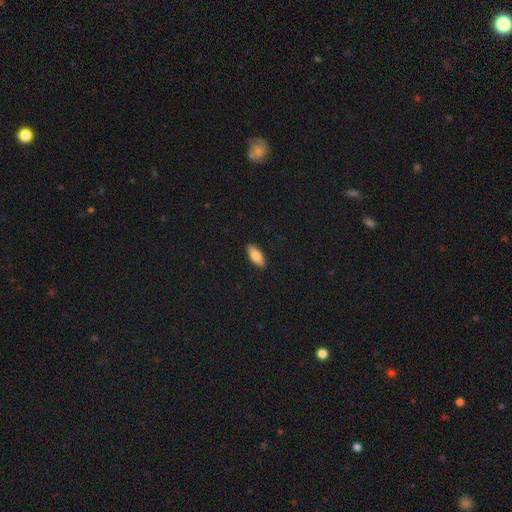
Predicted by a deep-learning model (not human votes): smooth 81%, featured or disk 13%, star or artifact 6%. Down the decision tree: how rounded — in between (78%); merging — none (90%).